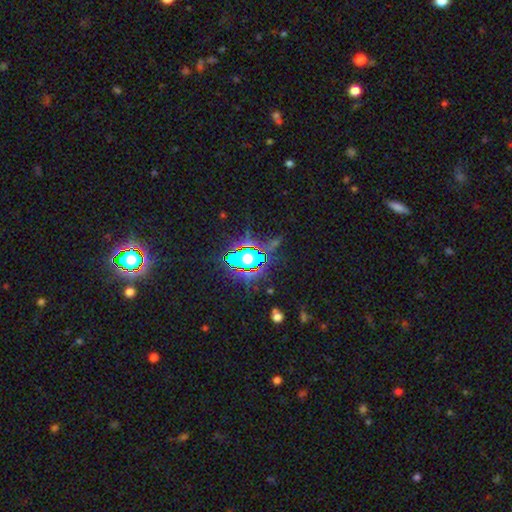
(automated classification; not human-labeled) star or artifact 82%, smooth 10%, featured or disk 8%.